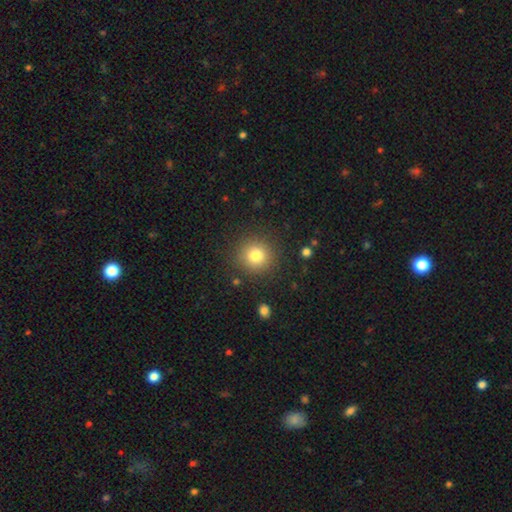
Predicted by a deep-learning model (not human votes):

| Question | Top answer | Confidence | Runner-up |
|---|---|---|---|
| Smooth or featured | smooth | 80% | star or artifact (12%) |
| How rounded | round | 93% | in between (6%) |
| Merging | none | 88% | minor disturbance (7%) |